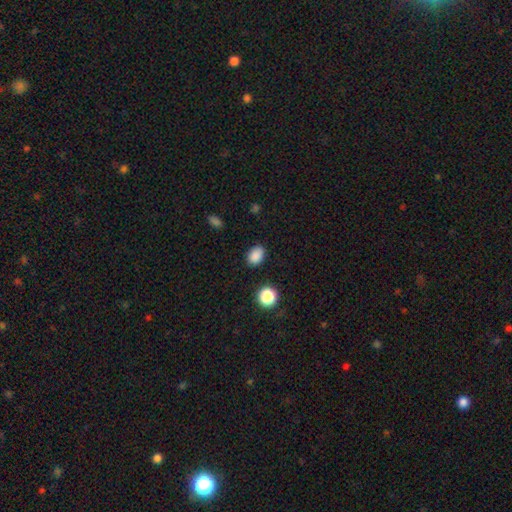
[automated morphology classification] smooth 86%, star or artifact 10%, featured or disk 3%. Down the decision tree: how rounded — in between (74%); merging — none (85%).